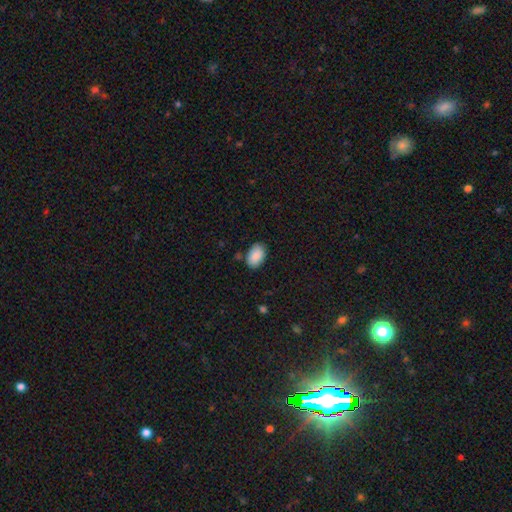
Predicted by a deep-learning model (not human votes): smooth_or_featured: smooth (p=0.90) [alt: star or artifact p=0.07]
how_rounded: in between (p=0.91) [alt: round p=0.08]
merging: none (p=0.82) [alt: minor disturbance p=0.13]